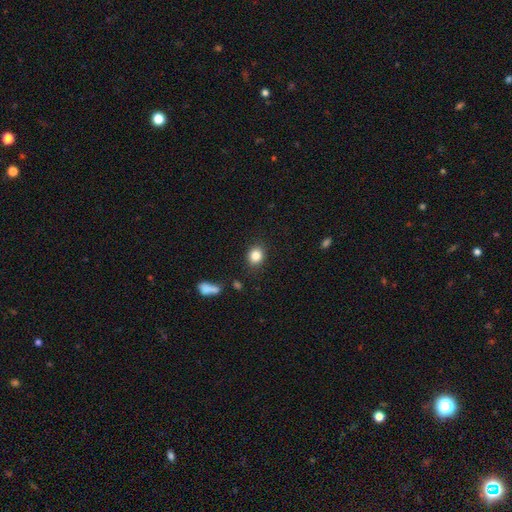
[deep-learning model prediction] smooth 84%, star or artifact 10%, featured or disk 6%. Down the decision tree: how rounded — round (65%); merging — none (85%).